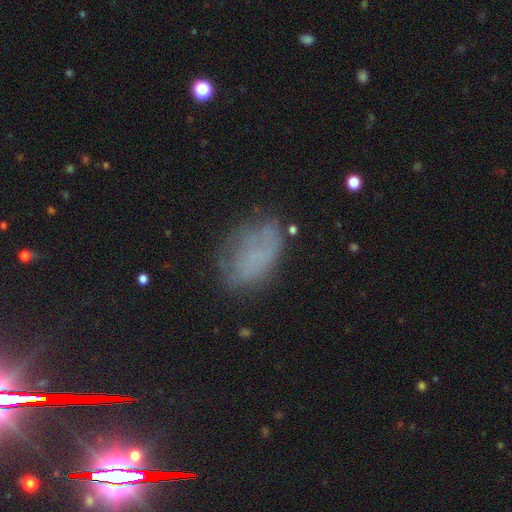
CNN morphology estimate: This appears to be a smooth galaxy with no disk features (55%) that is in between round and cigar-shaped (88%). Merging: none (61%).